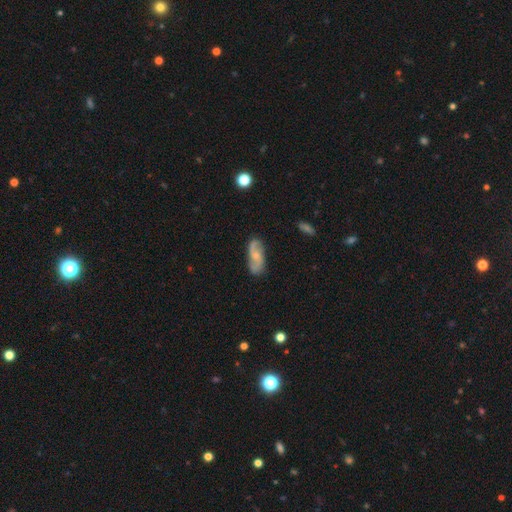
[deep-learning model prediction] Q: Smooth or featured?
A: featured or disk (67%); runner-up: smooth (26%)
Q: Edge-on disk?
A: no (93%); runner-up: yes (7%)
Q: Bar?
A: no (58%); runner-up: weak (36%)
Q: Spiral arms?
A: yes (93%); runner-up: no (7%)
Q: Spiral winding?
A: loose (46%); runner-up: medium (39%)
Q: Spiral arm count?
A: 2 (88%); runner-up: can't tell (7%)
Q: Bulge size?
A: small (51%); runner-up: moderate (32%)
Q: Merging?
A: none (79%); runner-up: minor disturbance (15%)